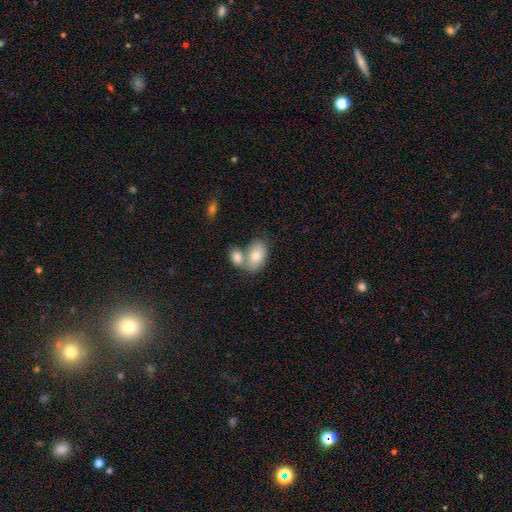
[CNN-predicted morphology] A smooth galaxy with no disk features (76%) that is in between round and cigar-shaped (88%). Merging: merger (53%).